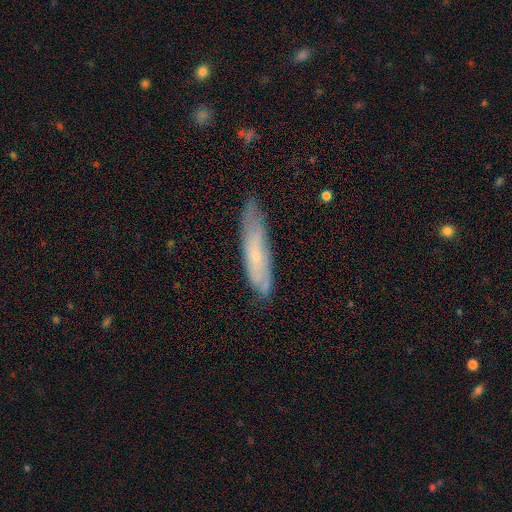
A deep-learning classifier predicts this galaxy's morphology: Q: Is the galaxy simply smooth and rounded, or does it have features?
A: featured or disk — 50%.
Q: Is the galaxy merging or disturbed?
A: none — 71%.